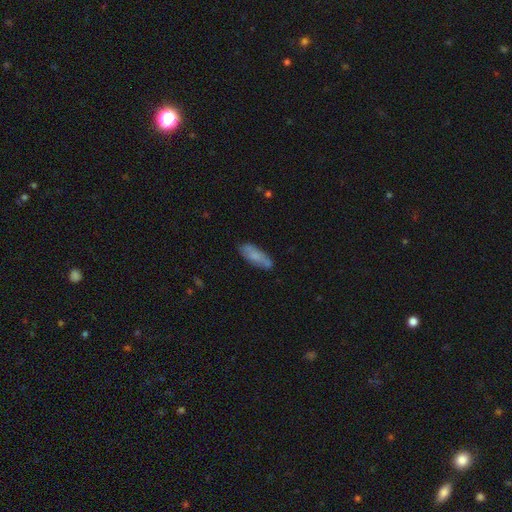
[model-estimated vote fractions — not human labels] A smooth galaxy with no disk features (71%) that is in between round and cigar-shaped (59%).

Vote fractions:
- Smooth or featured? smooth: 71% / featured or disk: 22% / star or artifact: 7%
- How rounded? in between: 59% / cigar-shaped: 39% / round: 2%
- Merging? none: 75% / minor disturbance: 18% / major disturbance: 4% / merger: 3%